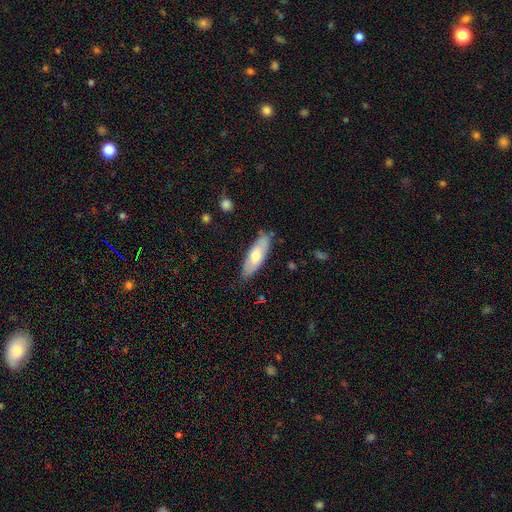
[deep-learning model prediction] Smooth or featured? smooth (61%)
How rounded? in between (66%)
Merging? none (80%)